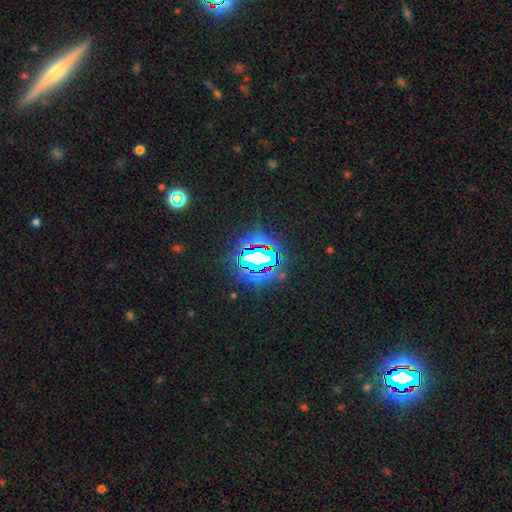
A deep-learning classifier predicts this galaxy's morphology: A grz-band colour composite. It shows a star or artifact, not a galaxy (75%).